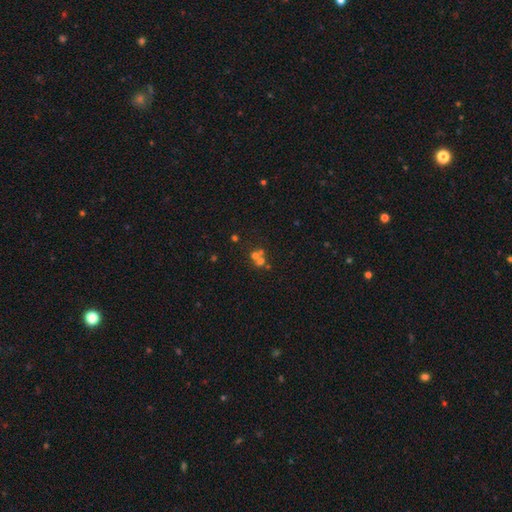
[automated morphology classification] Smooth or featured: smooth — 50% (star or artifact — 26%)
Merging: merger — 51% (none — 39%)